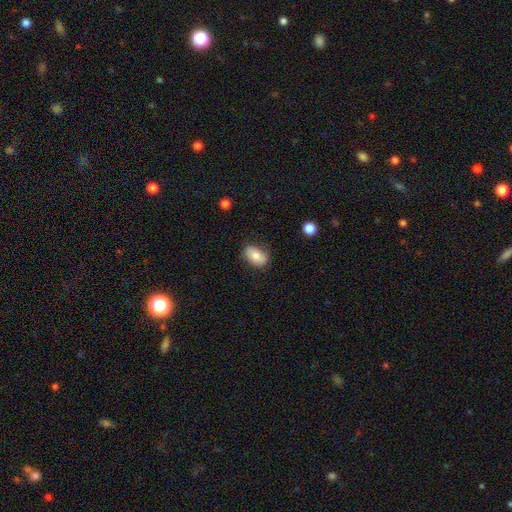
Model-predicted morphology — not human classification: type=smooth (78%); roundness=in between (88%); merging=none (79%).